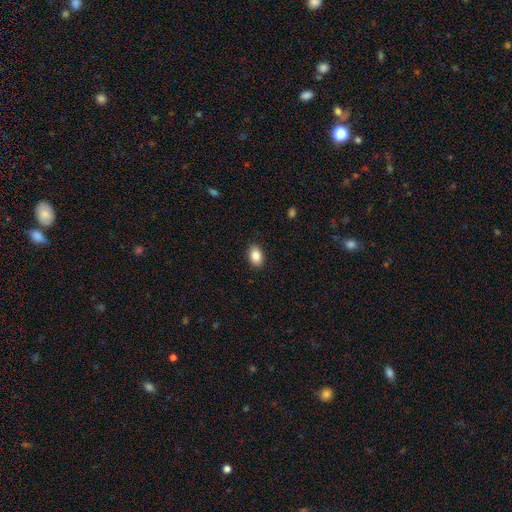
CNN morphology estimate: Smooth or featured? Predicted: smooth (p=0.86). How rounded? Predicted: in between (p=0.85). Merging? Predicted: none (p=0.89).